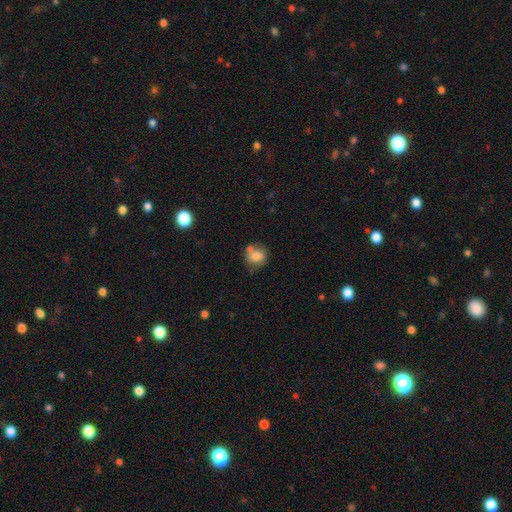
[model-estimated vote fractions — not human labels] Overall: smooth (76%). How rounded: round (75%). Merging: none (52%; merger 24%).